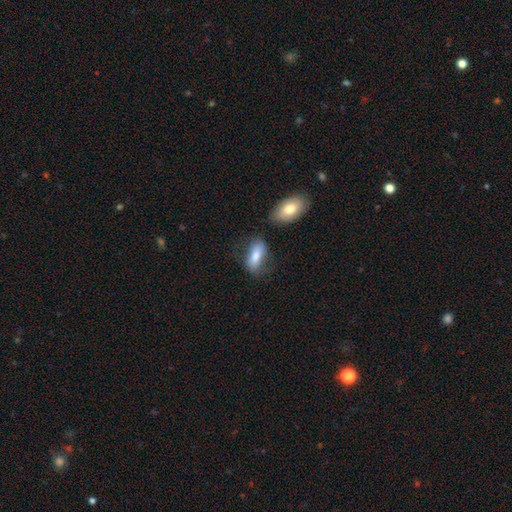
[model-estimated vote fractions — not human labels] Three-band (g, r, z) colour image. It shows a smooth galaxy with no disk features (77%) that is in between round and cigar-shaped (87%). Merging: none (58%).